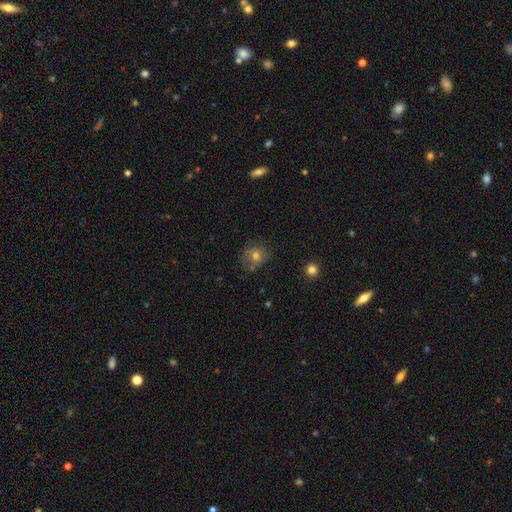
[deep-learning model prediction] smooth_or_featured: smooth (p=0.61) [alt: featured or disk p=0.23]
how_rounded: round (p=0.76) [alt: in between p=0.23]
merging: none (p=0.69) [alt: minor disturbance p=0.21]